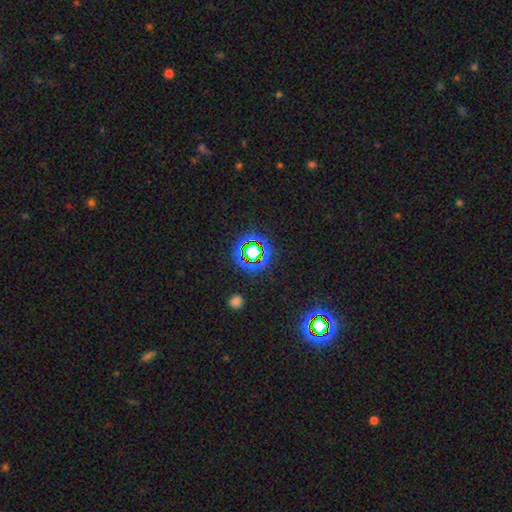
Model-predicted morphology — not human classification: This appears to be a star or artifact, not a galaxy (72%).